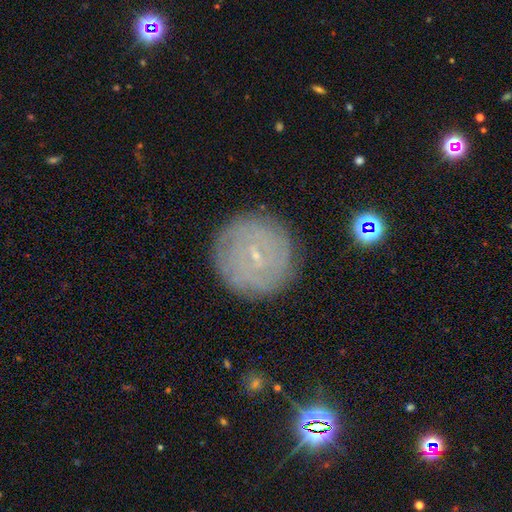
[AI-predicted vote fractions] Smooth or featured? featured or disk (61%)
Edge-on disk? no (97%)
Bar? no (53%)
Spiral arms? yes (84%)
Bulge size? small (88%)
Merging? none (87%)